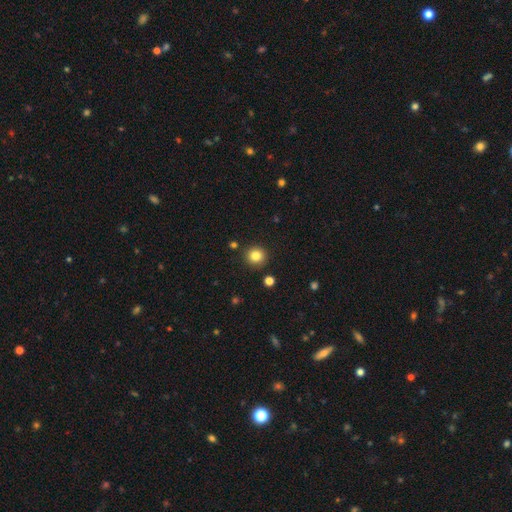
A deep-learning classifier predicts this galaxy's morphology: A smooth galaxy with no disk features (83%) that is round (93%).

Vote fractions:
- Smooth or featured? smooth: 83% / star or artifact: 12% / featured or disk: 6%
- How rounded? round: 93% / in between: 6% / cigar-shaped: 1%
- Merging? none: 90% / minor disturbance: 6% / merger: 2% / major disturbance: 2%